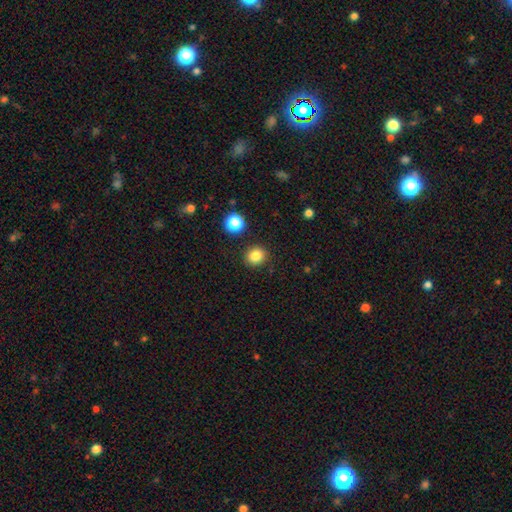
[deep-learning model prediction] smooth 84%, star or artifact 11%, featured or disk 5%. Down the decision tree: how rounded — round (80%); merging — none (88%).